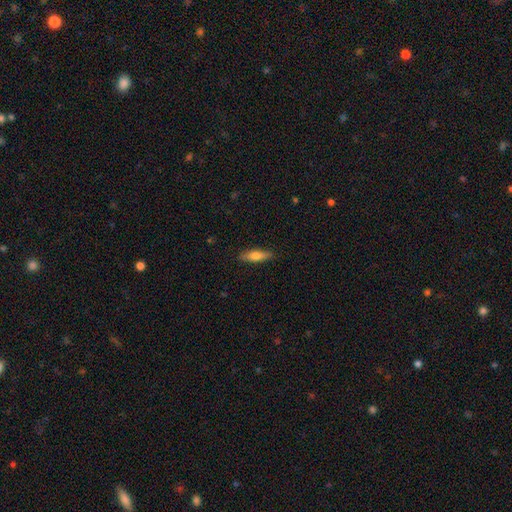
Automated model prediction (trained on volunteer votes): A smooth galaxy with no disk features (70%) that is cigar-shaped (61%).

Vote fractions:
- Smooth or featured? smooth: 70% / featured or disk: 24% / star or artifact: 6%
- How rounded? cigar-shaped: 61% / in between: 37% / round: 2%
- Merging? none: 87% / minor disturbance: 10% / major disturbance: 2% / merger: 1%